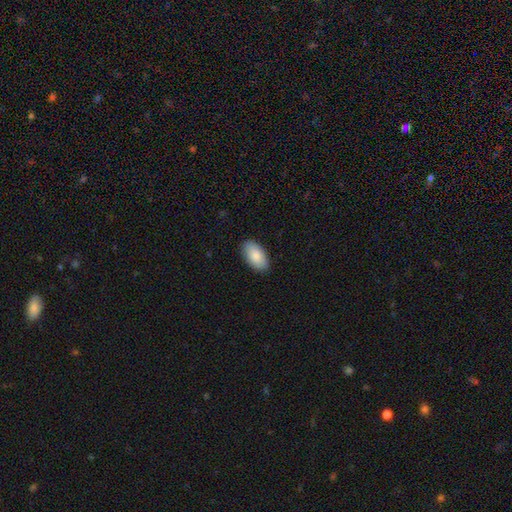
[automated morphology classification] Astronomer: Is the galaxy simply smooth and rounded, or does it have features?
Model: smooth — 87%.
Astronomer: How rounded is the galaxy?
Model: in between — 96%.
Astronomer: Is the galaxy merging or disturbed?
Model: none — 88%.